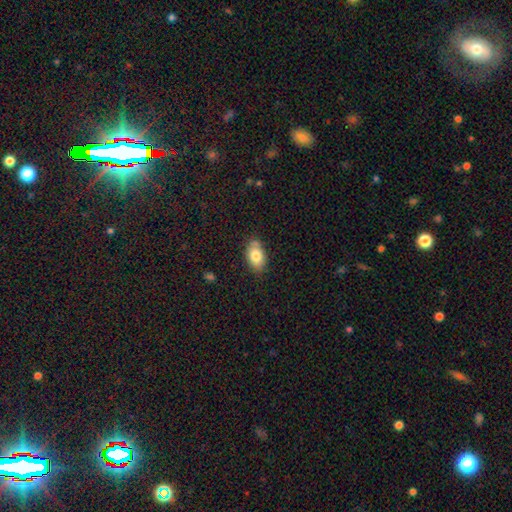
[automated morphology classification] Smooth or featured? smooth (80%)
How rounded? in between (91%)
Merging? none (75%)